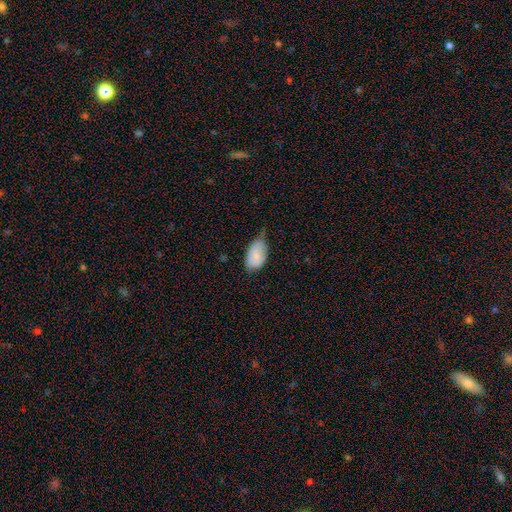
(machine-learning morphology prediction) Smooth or featured?
  - smooth: 79% *
  - featured or disk: 14%
  - star or artifact: 7%
How rounded?
  - in between: 93% *
  - round: 6%
  - cigar-shaped: 1%
Merging?
  - minor disturbance: 50% *
  - none: 36%
  - major disturbance: 12%
  - merger: 2%